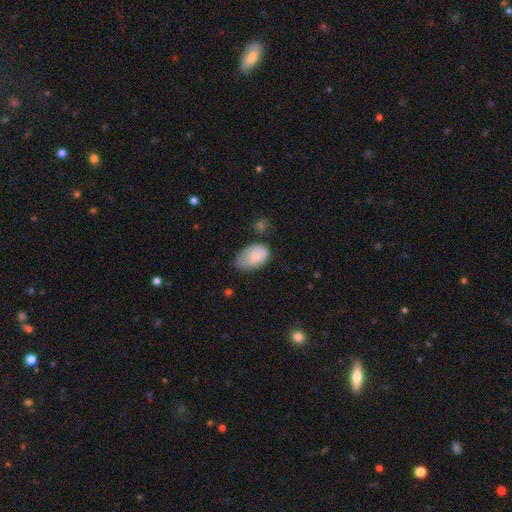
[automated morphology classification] smooth-or-featured: smooth: 81% | featured or disk: 13% | star or artifact: 6%
  how-rounded: in between: 91% | round: 7% | cigar-shaped: 1%
  merging: none: 47% | minor disturbance: 37% | major disturbance: 12% | merger: 4%